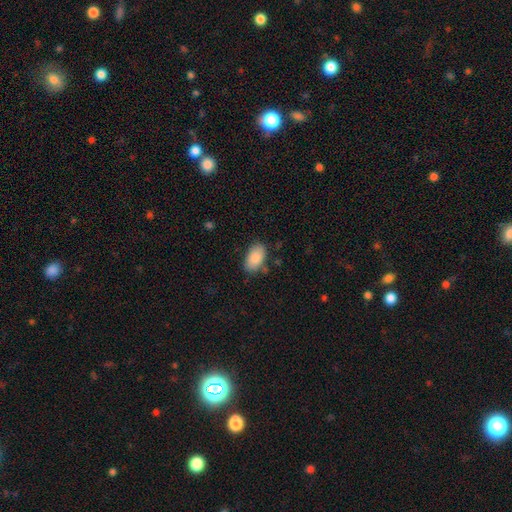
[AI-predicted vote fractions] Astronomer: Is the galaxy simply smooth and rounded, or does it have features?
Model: smooth — 84%.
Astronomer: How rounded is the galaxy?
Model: in between — 92%.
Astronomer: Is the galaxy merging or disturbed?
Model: none — 80%.